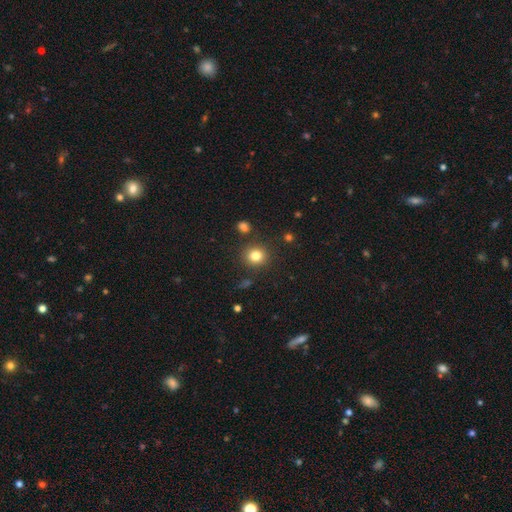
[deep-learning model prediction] A smooth galaxy with no disk features (81%) that is round (86%). Merging: none (86%).